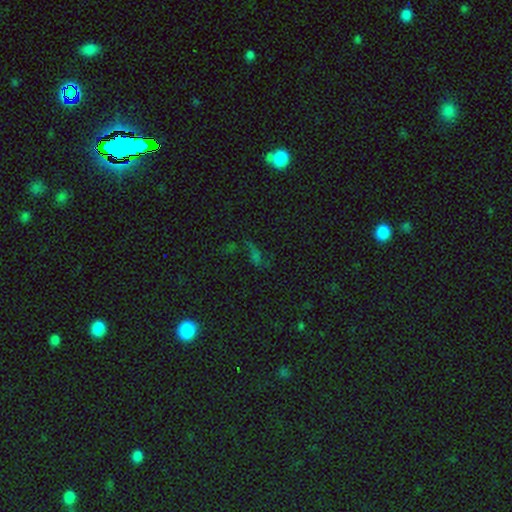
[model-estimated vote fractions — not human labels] The model was most divided on "smooth or featured": star or artifact: 53%, smooth: 32%, featured or disk: 16%.